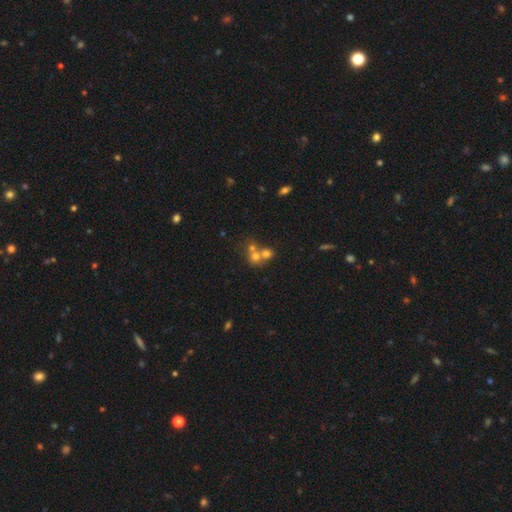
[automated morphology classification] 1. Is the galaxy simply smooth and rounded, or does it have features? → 61% smooth, 22% featured or disk, 18% star or artifact.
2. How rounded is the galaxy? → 80% round, 19% in between, 1% cigar-shaped.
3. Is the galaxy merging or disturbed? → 58% merger, 33% none, 6% minor disturbance, 4% major disturbance.